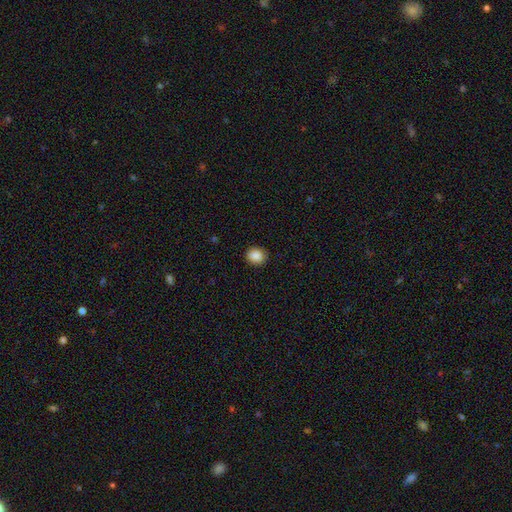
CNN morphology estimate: type=smooth (88%); roundness=round (75%); merging=none (90%).